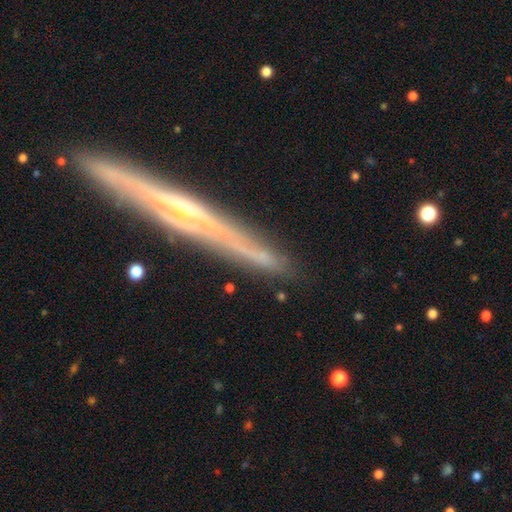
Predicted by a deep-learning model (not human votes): smooth_or_featured: featured or disk (p=0.55) [alt: smooth p=0.32]
disk_edge_on: yes (p=0.83) [alt: no p=0.17]
merging: none (p=0.71) [alt: minor disturbance p=0.17]